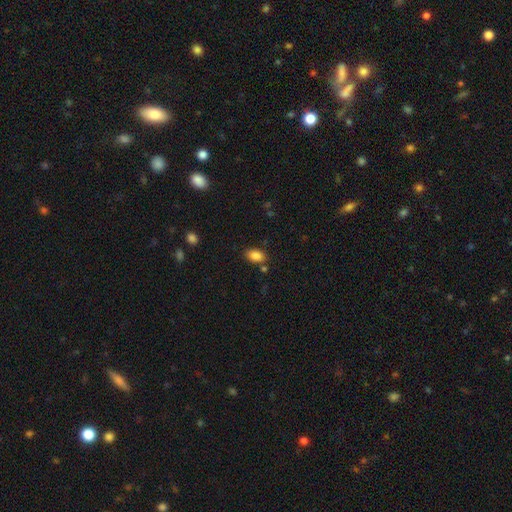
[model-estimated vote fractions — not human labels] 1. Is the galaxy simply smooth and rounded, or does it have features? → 87% smooth, 9% star or artifact, 5% featured or disk.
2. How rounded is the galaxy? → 89% in between, 9% round, 2% cigar-shaped.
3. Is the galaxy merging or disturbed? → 79% none, 12% minor disturbance, 5% merger, 3% major disturbance.